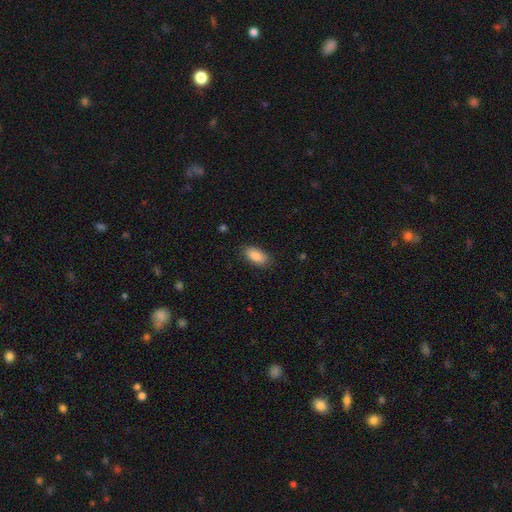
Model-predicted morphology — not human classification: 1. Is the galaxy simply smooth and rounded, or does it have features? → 88% smooth, 7% star or artifact, 6% featured or disk.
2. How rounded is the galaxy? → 91% in between, 6% cigar-shaped, 3% round.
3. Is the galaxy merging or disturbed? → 86% none, 10% minor disturbance, 3% major disturbance, 1% merger.